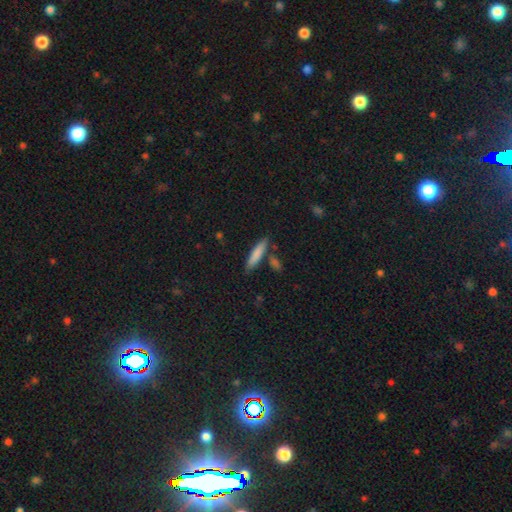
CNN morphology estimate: The model was most divided on "smooth or featured": smooth: 81%, featured or disk: 13%, star or artifact: 6%. More confident: how rounded — cigar-shaped (85%); merging — none (80%).